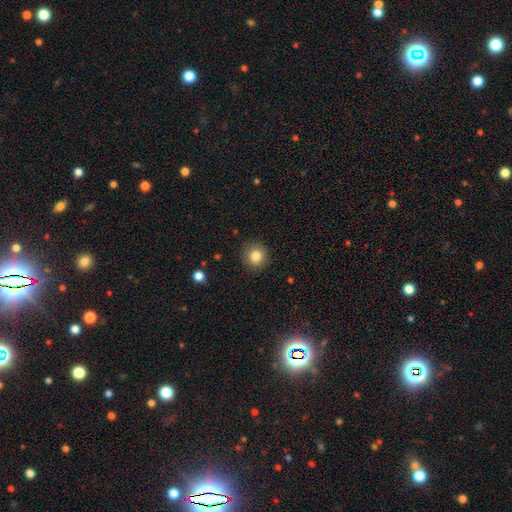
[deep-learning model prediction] Q: Smooth or featured?
A: smooth (83%); runner-up: star or artifact (10%)
Q: How rounded?
A: round (89%); runner-up: in between (10%)
Q: Merging?
A: none (88%); runner-up: minor disturbance (9%)